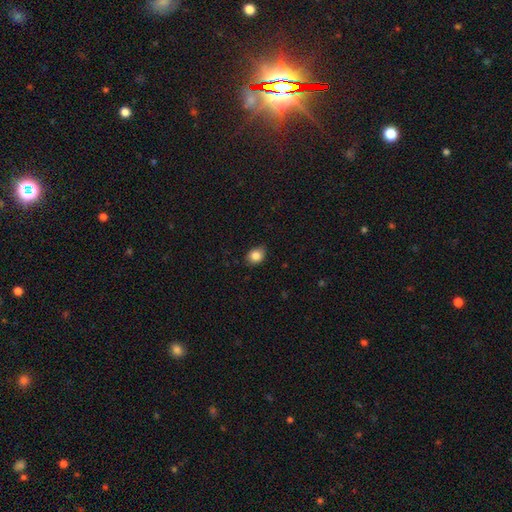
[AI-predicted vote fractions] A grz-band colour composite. It shows a smooth galaxy with no disk features (85%) that is in between round and cigar-shaped (54%). Merging: none (79%).